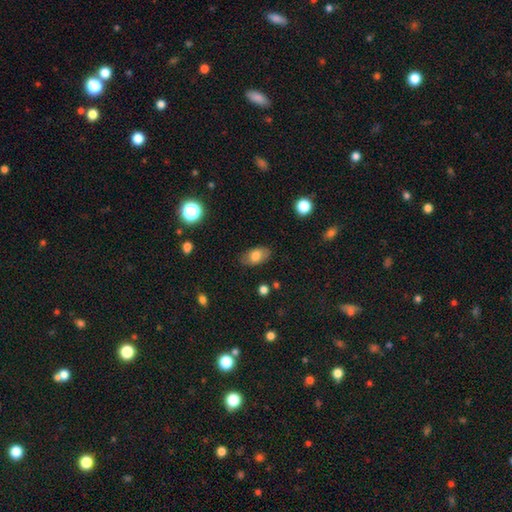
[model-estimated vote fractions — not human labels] A smooth galaxy with no disk features (77%) that is in between round and cigar-shaped (91%). Merging: none (82%).